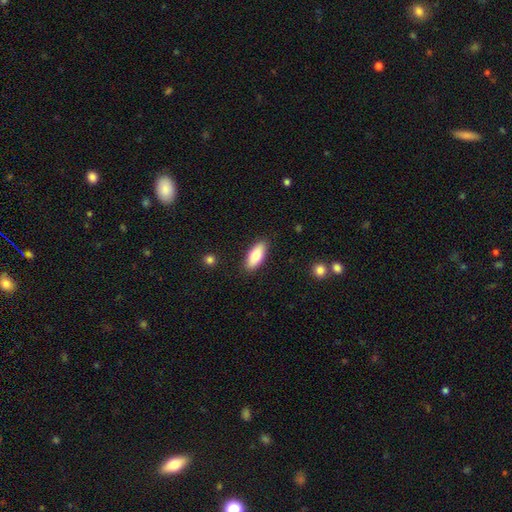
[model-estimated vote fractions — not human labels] A smooth galaxy with no disk features (78%) that is in between round and cigar-shaped (81%). Merging: none (88%).